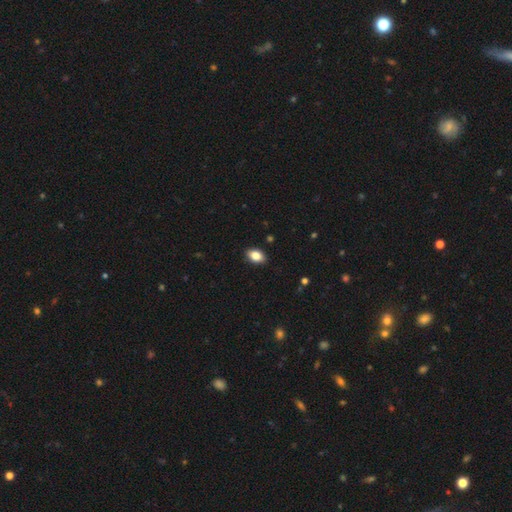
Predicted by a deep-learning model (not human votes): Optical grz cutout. It shows a smooth galaxy with no disk features (84%) that is in between round and cigar-shaped (89%). Merging: none (88%).